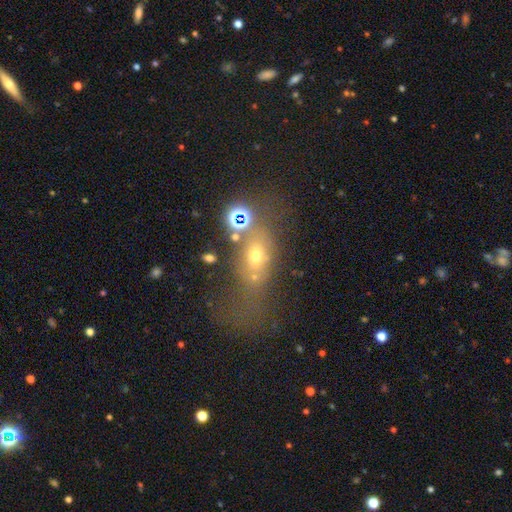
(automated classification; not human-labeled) Smooth or featured? Predicted: smooth (p=0.48). Merging? Predicted: none (p=0.32).